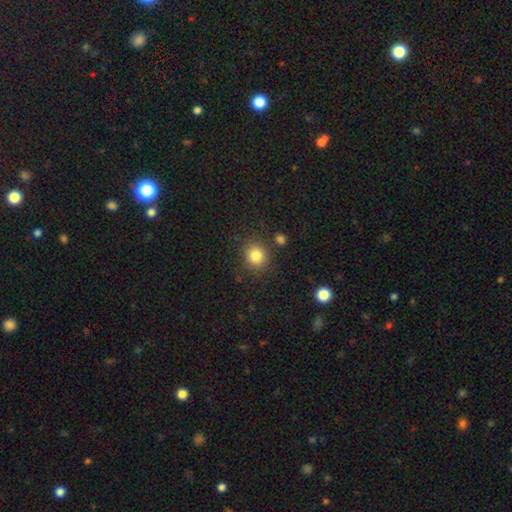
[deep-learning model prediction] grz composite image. It shows a smooth galaxy with no disk features (83%) that is round (85%). Merging: none (84%).